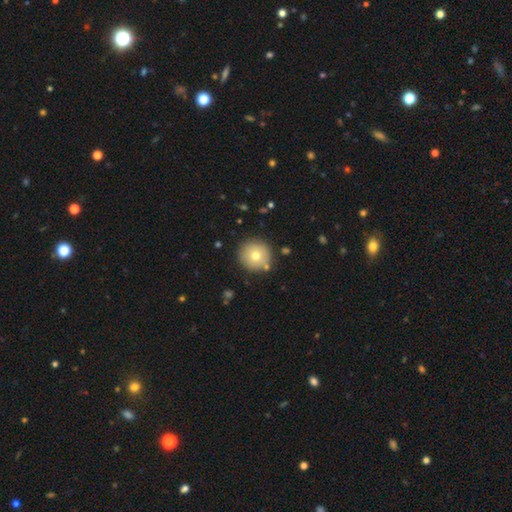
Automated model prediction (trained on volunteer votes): Q: Smooth or featured?
A: smooth (72%); runner-up: featured or disk (17%)
Q: How rounded?
A: round (95%); runner-up: in between (4%)
Q: Merging?
A: none (86%); runner-up: minor disturbance (8%)